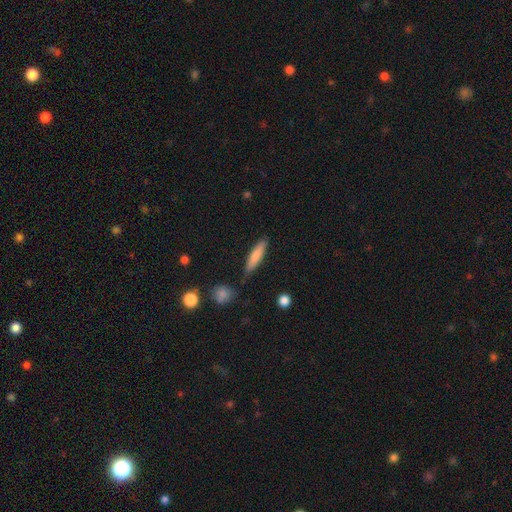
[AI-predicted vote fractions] Overall: smooth (78%). How rounded: cigar-shaped (78%). Merging: none (80%).